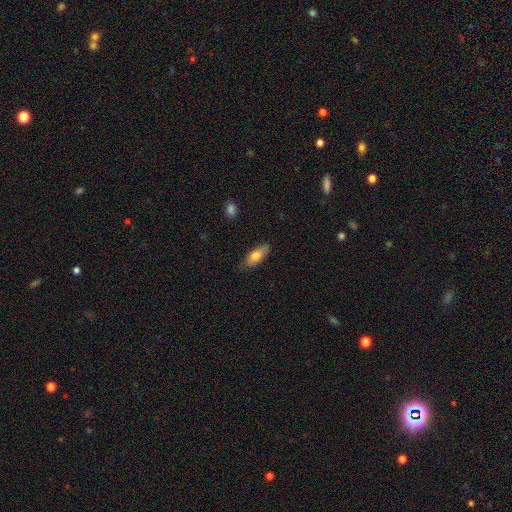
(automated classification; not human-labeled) Overall: smooth (74%). How rounded: in between (68%; cigar-shaped 30%). Merging: none (81%).